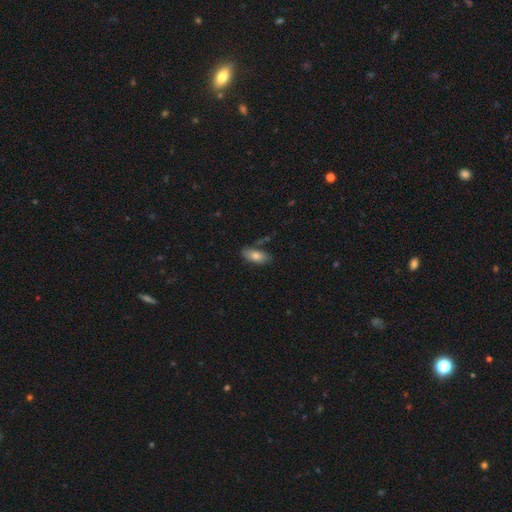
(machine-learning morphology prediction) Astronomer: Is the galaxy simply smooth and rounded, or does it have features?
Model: smooth — 79%.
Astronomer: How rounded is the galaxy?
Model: in between — 84%.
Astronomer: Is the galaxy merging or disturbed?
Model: none — 74%.